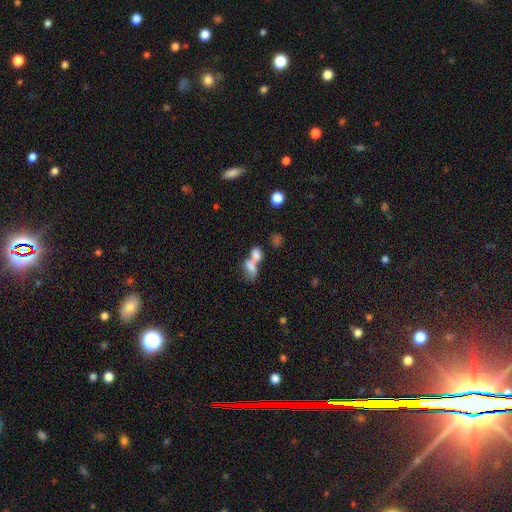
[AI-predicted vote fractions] Morphology: type=smooth (70%); roundness=in between (74%); merging=merger (71%).